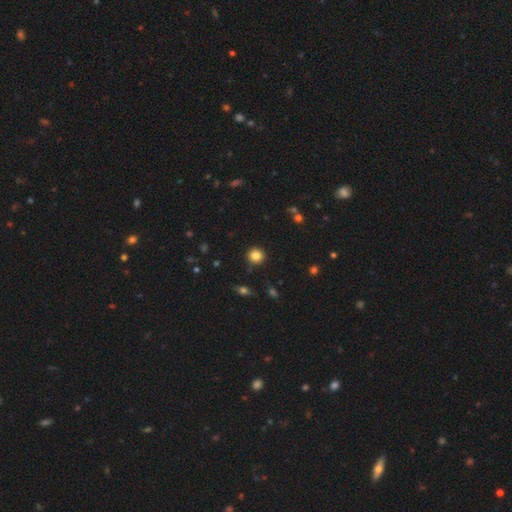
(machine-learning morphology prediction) Q: Smooth or featured?
A: smooth (83%); runner-up: star or artifact (11%)
Q: How rounded?
A: round (93%); runner-up: in between (6%)
Q: Merging?
A: none (90%); runner-up: minor disturbance (6%)